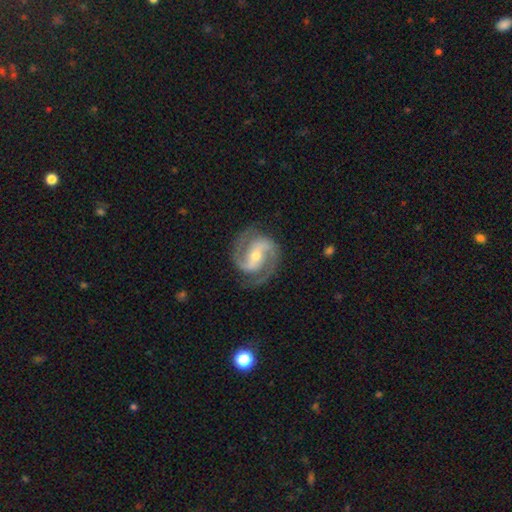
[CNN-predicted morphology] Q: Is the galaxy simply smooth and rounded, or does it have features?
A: featured or disk — 91%.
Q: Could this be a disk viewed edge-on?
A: no — 98%.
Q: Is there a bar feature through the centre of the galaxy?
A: strong — 42%.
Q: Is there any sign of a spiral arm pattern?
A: yes — 98%.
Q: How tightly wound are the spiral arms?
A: medium — 59%.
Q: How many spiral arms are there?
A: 2 — 91%.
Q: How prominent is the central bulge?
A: moderate — 50%.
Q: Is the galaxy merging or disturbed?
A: none — 81%.